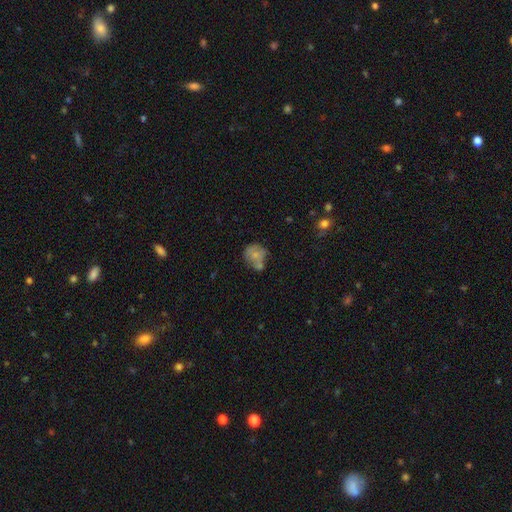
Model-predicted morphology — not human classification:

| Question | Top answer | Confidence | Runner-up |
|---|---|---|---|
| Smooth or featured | smooth | 63% | featured or disk (28%) |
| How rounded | round | 70% | in between (29%) |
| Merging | none | 37% | merger (33%) |